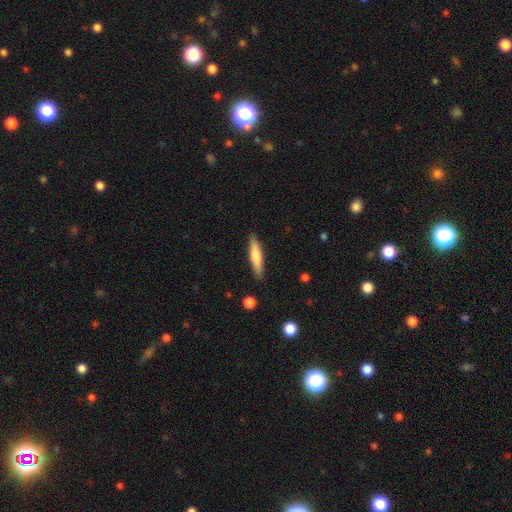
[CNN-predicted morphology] This appears to be a smooth galaxy with no disk features (65%) that is cigar-shaped (84%). Merging: none (88%).